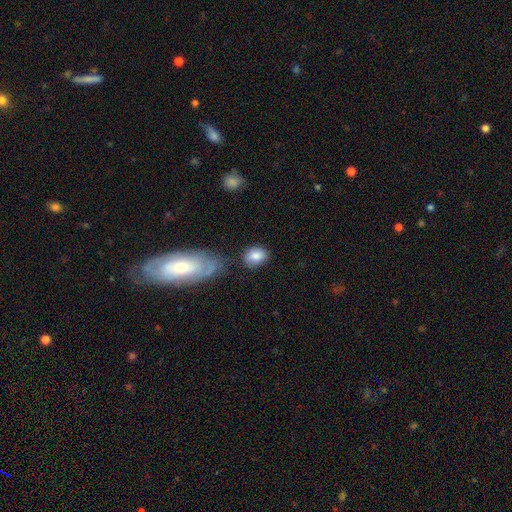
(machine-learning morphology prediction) A smooth galaxy with no disk features (82%) that is in between round and cigar-shaped (64%).

Vote fractions:
- Smooth or featured? smooth: 82% / featured or disk: 10% / star or artifact: 7%
- How rounded? in between: 64% / round: 35% / cigar-shaped: 2%
- Merging? none: 66% / minor disturbance: 18% / merger: 10% / major disturbance: 6%